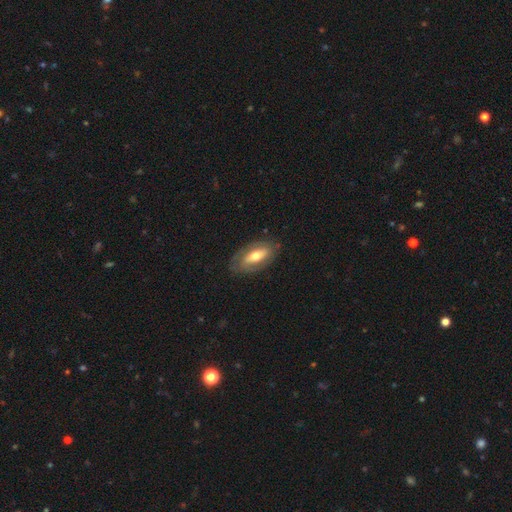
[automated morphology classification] type=featured or disk (55%); edge-on=no (83%); merging=none (78%).